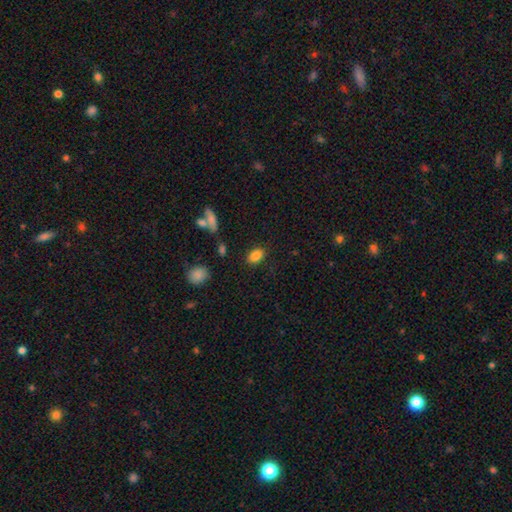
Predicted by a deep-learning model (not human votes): This appears to be a smooth galaxy with no disk features (84%) that is in between round and cigar-shaped (83%). Merging: none (83%).